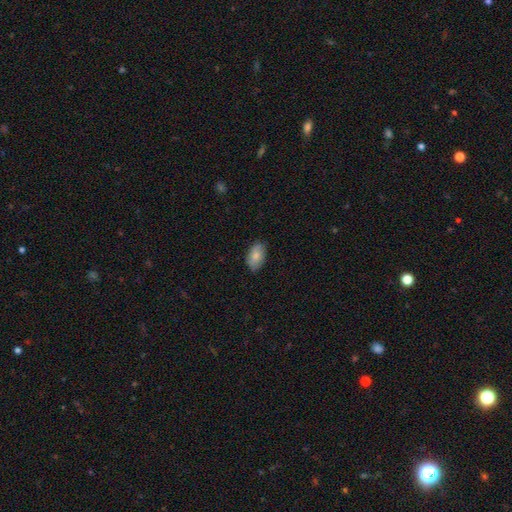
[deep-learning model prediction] This is clearly a smooth galaxy (81%). How rounded: clearly in between (93%). Merging: likely none (79%).